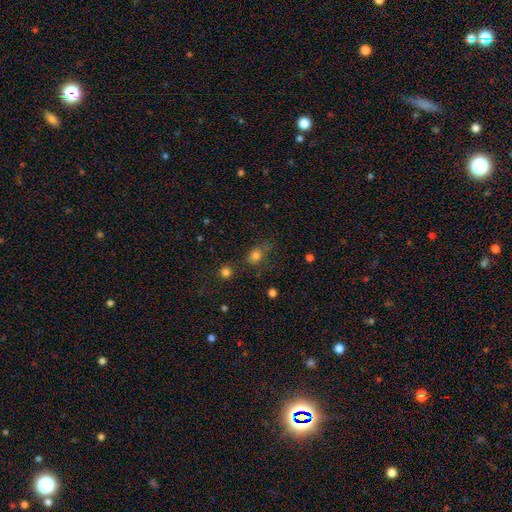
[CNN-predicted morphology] type=smooth (77%); roundness=round (53%); merging=none (63%).